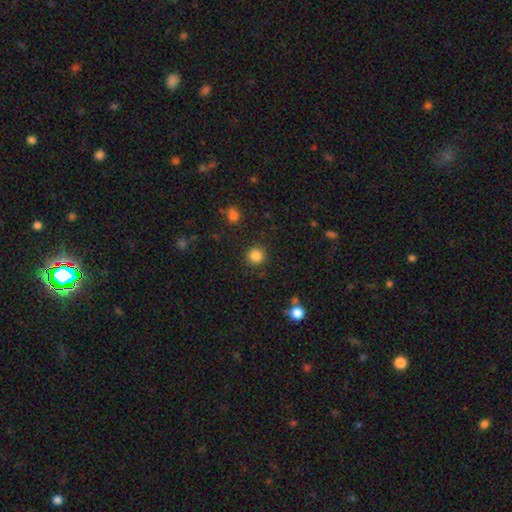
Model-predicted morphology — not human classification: A smooth galaxy with no disk features (85%) that is round (94%). Merging: none (89%).